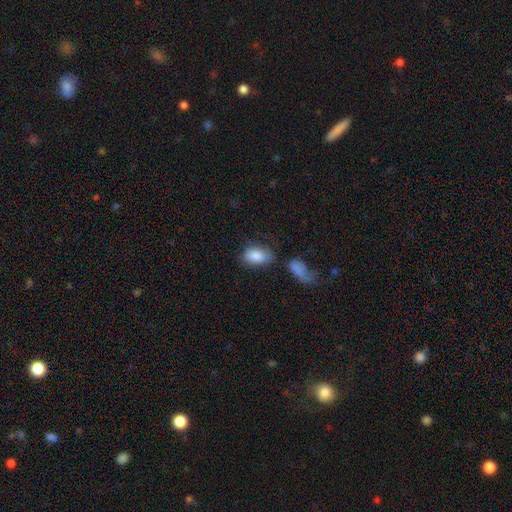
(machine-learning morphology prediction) This is clearly a smooth galaxy (86%). How rounded: clearly in between (88%). Merging: likely none (62%).